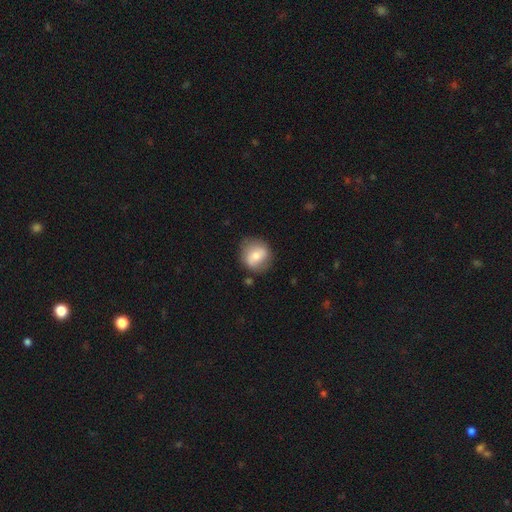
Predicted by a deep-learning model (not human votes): smooth-or-featured: smooth: 64% | featured or disk: 29% | star or artifact: 7%
  how-rounded: round: 79% | in between: 20% | cigar-shaped: 1%
  merging: none: 74% | minor disturbance: 18% | major disturbance: 5% | merger: 3%